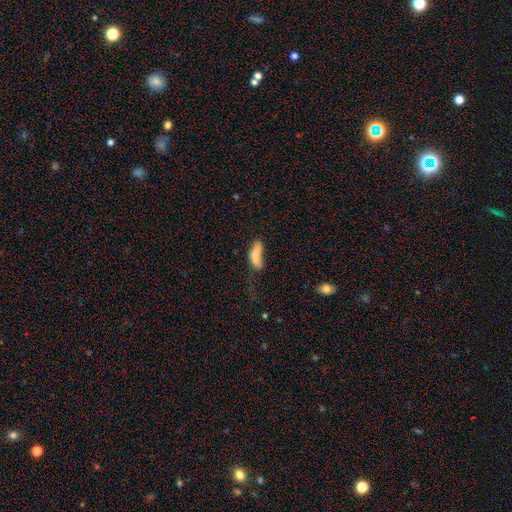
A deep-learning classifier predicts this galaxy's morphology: Smooth or featured? Predicted: smooth (p=0.75). How rounded? Predicted: in between (p=0.66). Merging? Predicted: none (p=0.30).